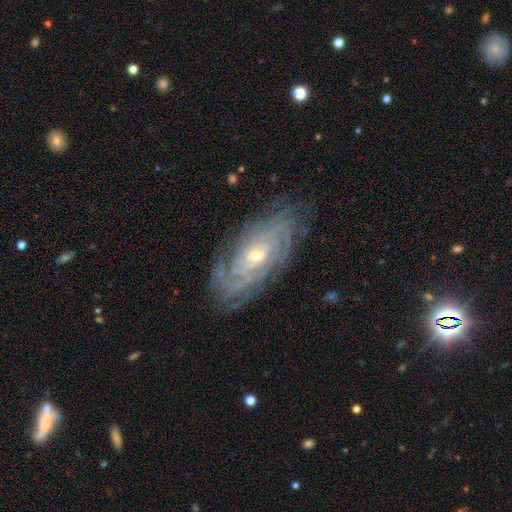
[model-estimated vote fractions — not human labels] Q: Smooth or featured?
A: featured or disk (86%); runner-up: smooth (7%)
Q: Edge-on disk?
A: no (92%); runner-up: yes (8%)
Q: Bar?
A: no (65%); runner-up: weak (26%)
Q: Spiral arms?
A: yes (96%); runner-up: no (4%)
Q: Spiral winding?
A: tight (78%); runner-up: medium (18%)
Q: Spiral arm count?
A: can't tell (37%); runner-up: 4 (17%)
Q: Bulge size?
A: small (59%); runner-up: moderate (38%)
Q: Merging?
A: none (81%); runner-up: minor disturbance (14%)